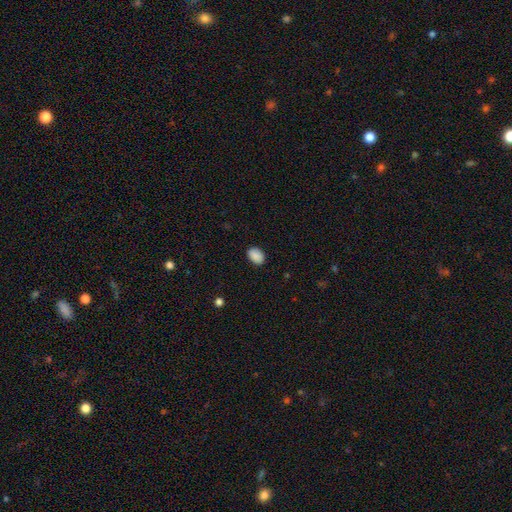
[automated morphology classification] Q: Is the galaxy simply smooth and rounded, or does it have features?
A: smooth — 90%.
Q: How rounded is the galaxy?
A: in between — 80%.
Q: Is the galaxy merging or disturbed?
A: none — 87%.